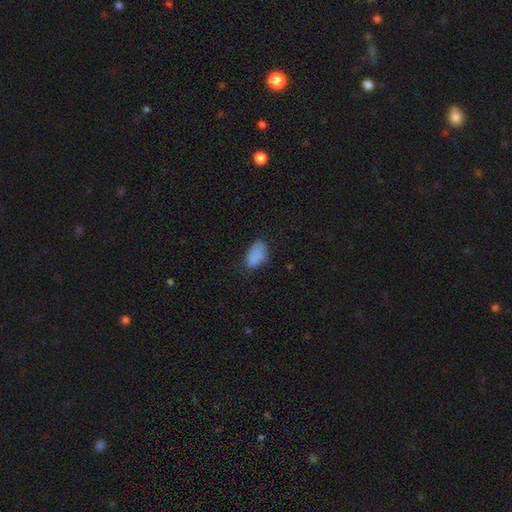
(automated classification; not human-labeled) smooth 85%, star or artifact 9%, featured or disk 6%. Down the decision tree: how rounded — in between (92%); merging — none (59%).